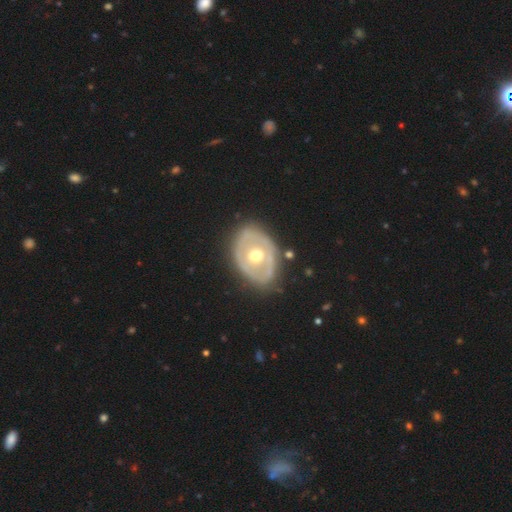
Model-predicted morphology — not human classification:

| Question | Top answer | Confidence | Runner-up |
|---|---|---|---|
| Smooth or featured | featured or disk | 65% | smooth (30%) |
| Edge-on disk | no | 93% | yes (7%) |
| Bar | no | 82% | weak (13%) |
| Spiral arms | no | 81% | yes (19%) |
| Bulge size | moderate | 77% | large (12%) |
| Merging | none | 79% | minor disturbance (15%) |